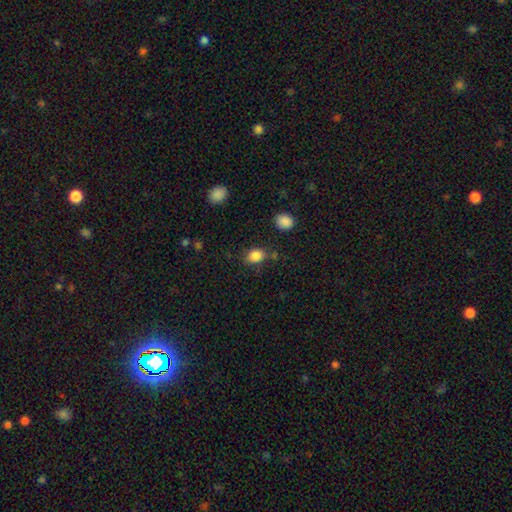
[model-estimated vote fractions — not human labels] smooth-or-featured: smooth: 85% | star or artifact: 10% | featured or disk: 5%
  how-rounded: in between: 67% | round: 32% | cigar-shaped: 1%
  merging: none: 72% | minor disturbance: 18% | merger: 6% | major disturbance: 5%